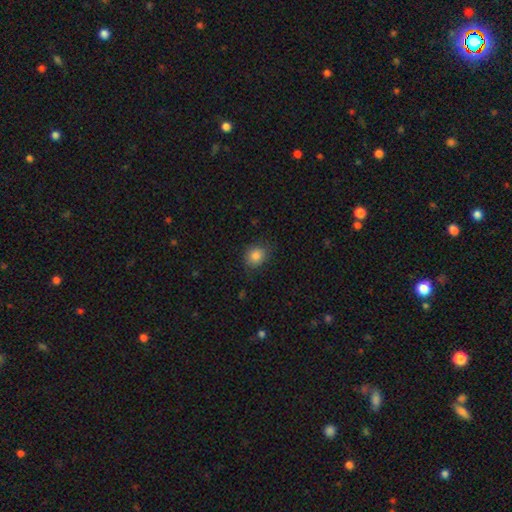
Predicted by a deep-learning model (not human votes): smooth_or_featured: smooth (p=0.85) [alt: star or artifact p=0.09]
how_rounded: round (p=0.62) [alt: in between p=0.37]
merging: none (p=0.79) [alt: minor disturbance p=0.16]